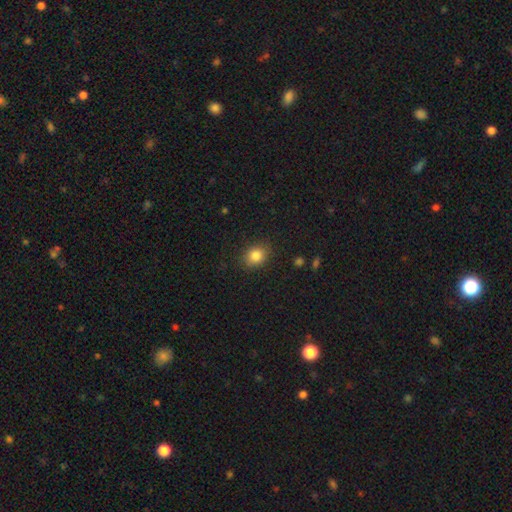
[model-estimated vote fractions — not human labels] Smooth or featured? Predicted: smooth (p=0.84). How rounded? Predicted: round (p=0.57). Merging? Predicted: none (p=0.85).